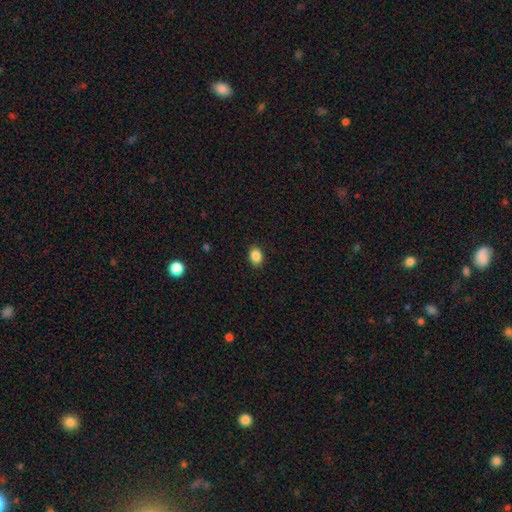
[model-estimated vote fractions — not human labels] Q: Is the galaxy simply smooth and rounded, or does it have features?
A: smooth — 87%.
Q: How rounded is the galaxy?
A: in between — 68%.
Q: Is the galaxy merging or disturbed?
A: none — 89%.